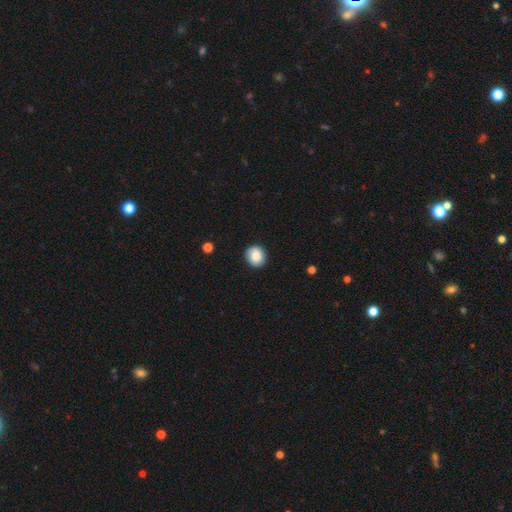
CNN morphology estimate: The model was most divided on "how rounded": round: 84%, in between: 15%, cigar-shaped: 1%. More confident: merging — none (88%); smooth or featured — smooth (84%).